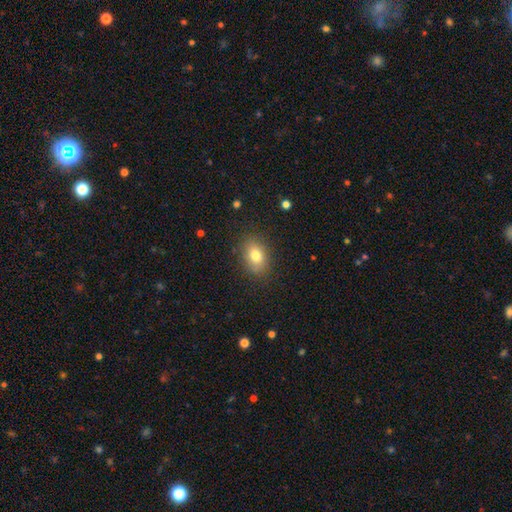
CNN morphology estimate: Smooth or featured? smooth (79%)
How rounded? in between (75%)
Merging? none (84%)